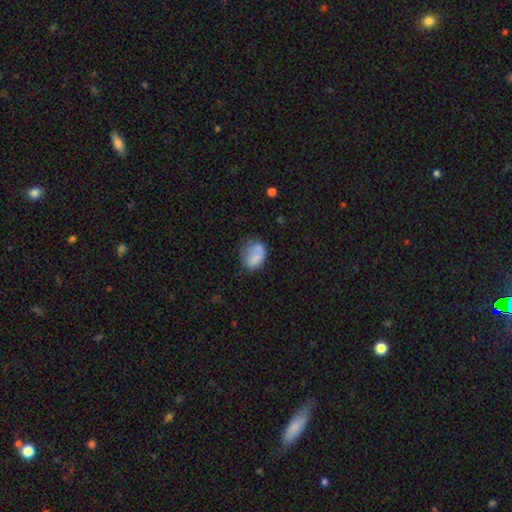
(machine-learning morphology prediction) Smooth or featured: smooth — 74% (featured or disk — 17%)
How rounded: in between — 67% (round — 31%)
Merging: none — 47% (minor disturbance — 29%)